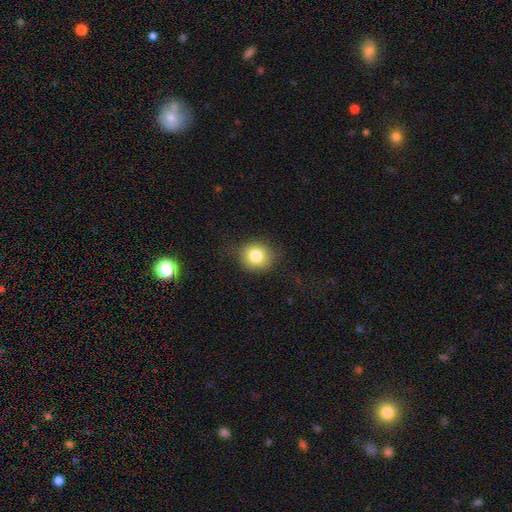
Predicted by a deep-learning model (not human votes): A smooth galaxy with no disk features (82%) that is round (82%). Merging: none (81%).